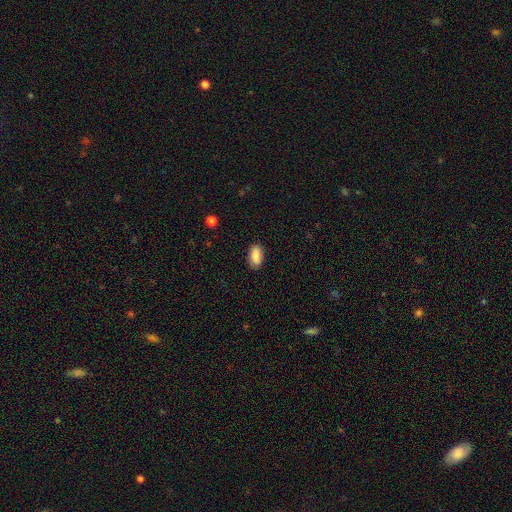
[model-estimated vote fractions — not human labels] smooth-or-featured: smooth: 88% | star or artifact: 7% | featured or disk: 6%
  how-rounded: in between: 92% | cigar-shaped: 4% | round: 3%
  merging: none: 85% | minor disturbance: 11% | major disturbance: 2% | merger: 1%